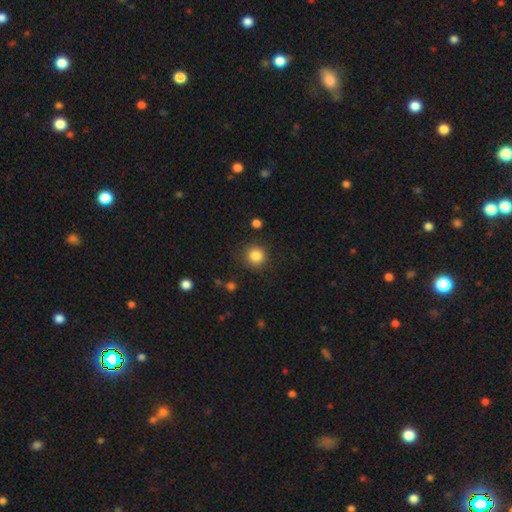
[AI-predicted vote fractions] This is clearly a smooth galaxy (85%). How rounded: clearly round (93%). Merging: clearly none (86%).